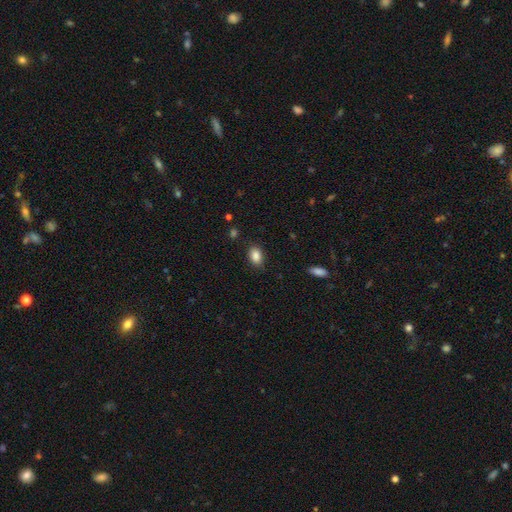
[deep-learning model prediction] The model was most divided on "how rounded": in between: 82%, round: 17%, cigar-shaped: 1%. More confident: smooth or featured — smooth (87%); merging — none (85%).